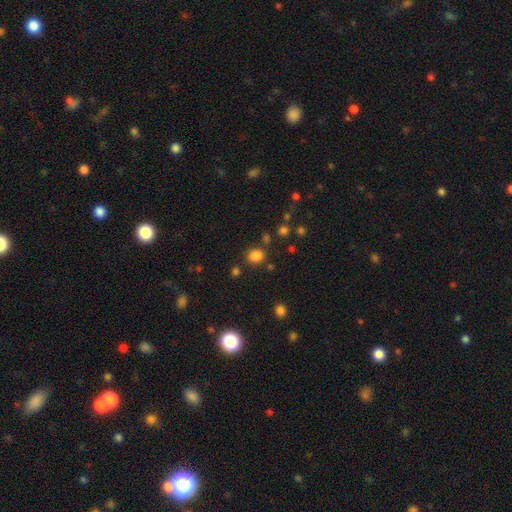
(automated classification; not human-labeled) Q: Smooth or featured?
A: smooth (80%); runner-up: star or artifact (16%)
Q: How rounded?
A: round (51%); runner-up: in between (48%)
Q: Merging?
A: none (76%); runner-up: minor disturbance (13%)